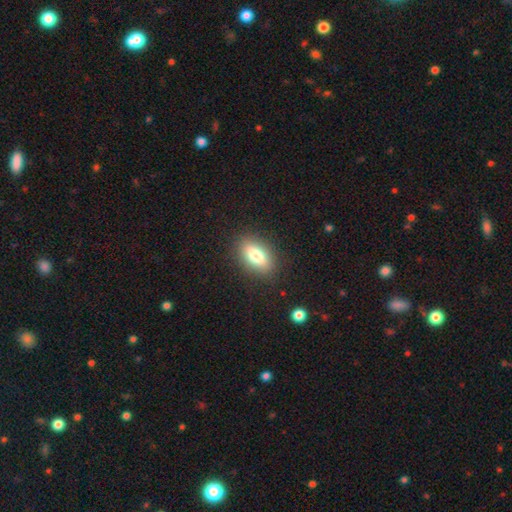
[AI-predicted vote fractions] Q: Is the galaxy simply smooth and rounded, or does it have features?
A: smooth — 77%.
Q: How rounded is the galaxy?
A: in between — 85%.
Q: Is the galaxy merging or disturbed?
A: none — 86%.